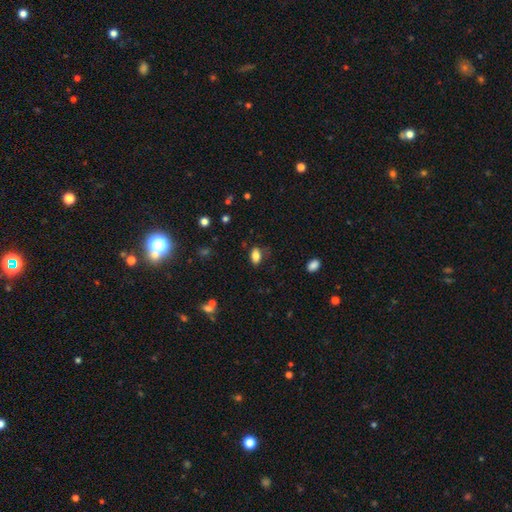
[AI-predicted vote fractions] smooth-or-featured: smooth: 83% | star or artifact: 9% | featured or disk: 8%
  how-rounded: in between: 88% | round: 7% | cigar-shaped: 5%
  merging: none: 75% | minor disturbance: 18% | major disturbance: 5% | merger: 2%